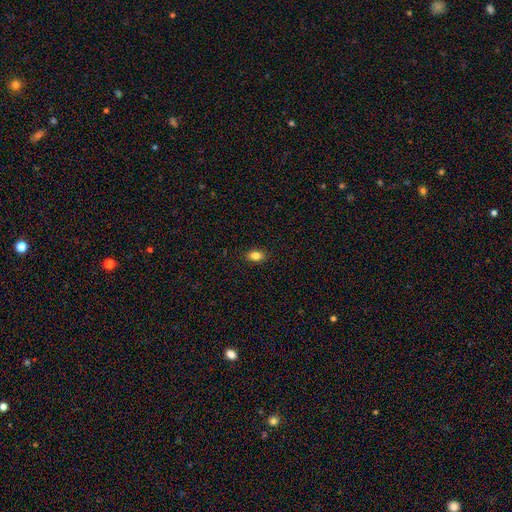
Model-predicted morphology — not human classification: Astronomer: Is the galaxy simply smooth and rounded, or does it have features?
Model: smooth — 84%.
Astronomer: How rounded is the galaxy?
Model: in between — 81%.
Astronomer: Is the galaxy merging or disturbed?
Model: none — 89%.